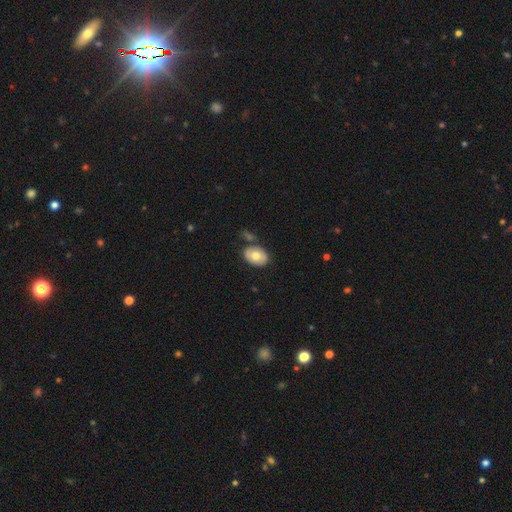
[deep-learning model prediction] smooth-or-featured: smooth: 71% | featured or disk: 23% | star or artifact: 6%
  how-rounded: in between: 81% | round: 18% | cigar-shaped: 1%
  merging: none: 70% | minor disturbance: 14% | merger: 11% | major disturbance: 4%